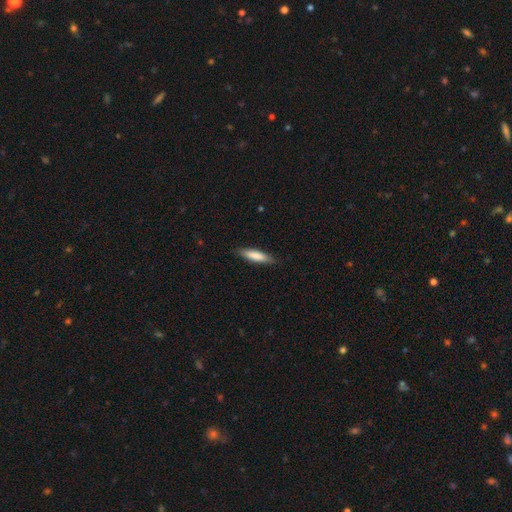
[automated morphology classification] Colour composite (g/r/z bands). It shows a smooth galaxy with no disk features (77%) that is cigar-shaped (73%). Merging: none (85%).